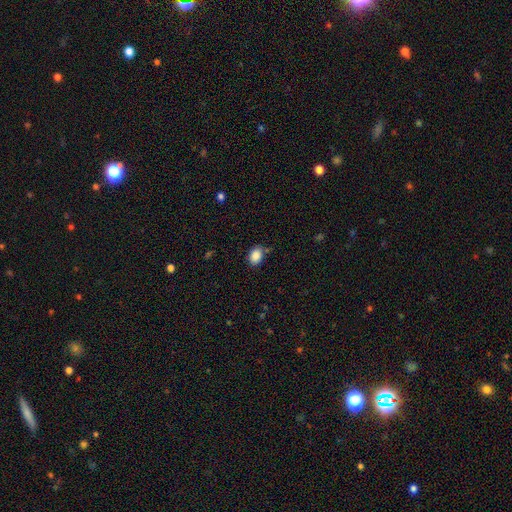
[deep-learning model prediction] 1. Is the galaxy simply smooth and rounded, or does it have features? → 88% smooth, 8% star or artifact, 4% featured or disk.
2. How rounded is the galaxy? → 73% in between, 26% round, 1% cigar-shaped.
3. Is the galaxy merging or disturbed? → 74% none, 18% minor disturbance, 4% major disturbance, 4% merger.